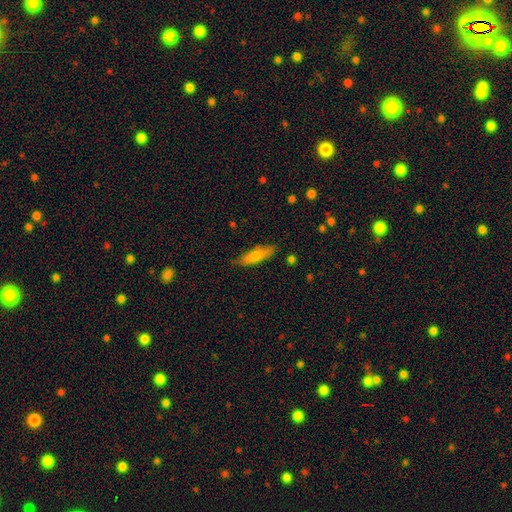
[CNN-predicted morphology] smooth-or-featured: smooth: 72% | featured or disk: 21% | star or artifact: 6%
  how-rounded: cigar-shaped: 60% | in between: 38% | round: 2%
  merging: none: 82% | minor disturbance: 14% | major disturbance: 3% | merger: 2%